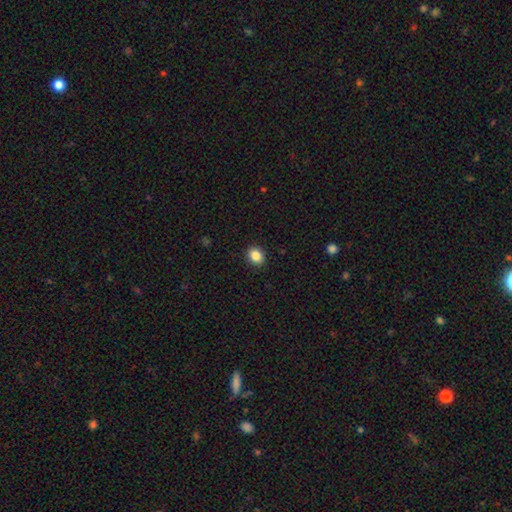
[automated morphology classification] A smooth galaxy with no disk features (87%) that is round (52%).

Vote fractions:
- Smooth or featured? smooth: 87% / star or artifact: 9% / featured or disk: 4%
- How rounded? round: 52% / in between: 47% / cigar-shaped: 1%
- Merging? none: 90% / minor disturbance: 7% / major disturbance: 2% / merger: 1%